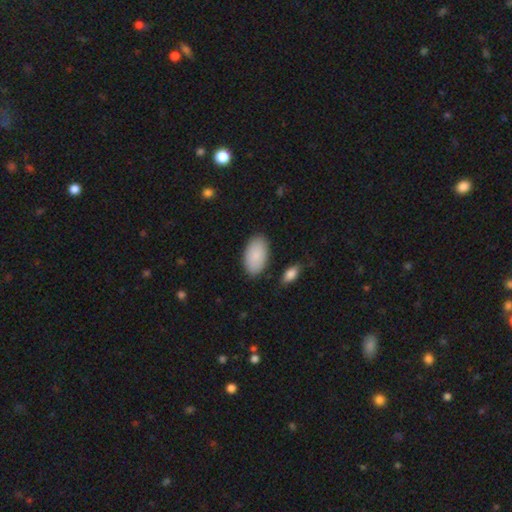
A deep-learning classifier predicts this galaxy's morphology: This appears to be a smooth galaxy with no disk features (89%) that is in between round and cigar-shaped (95%). Merging: none (86%).